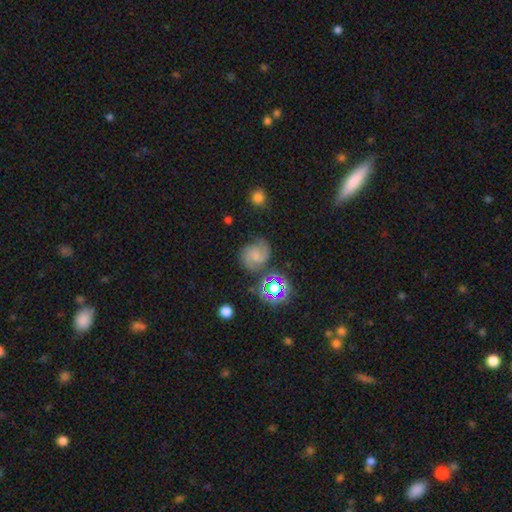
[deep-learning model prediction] This appears to be a featured or disk galaxy (54%) with no bar (49%), spiral arms (92%) and no central bulge (37%). Merging: none (64%).